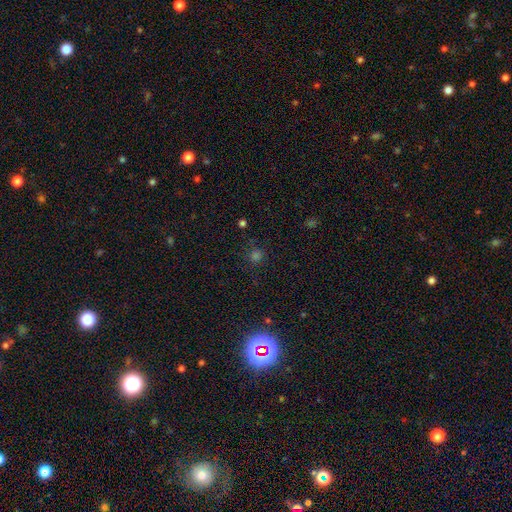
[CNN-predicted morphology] Smooth or featured? smooth (52%)
How rounded? round (89%)
Merging? none (83%)